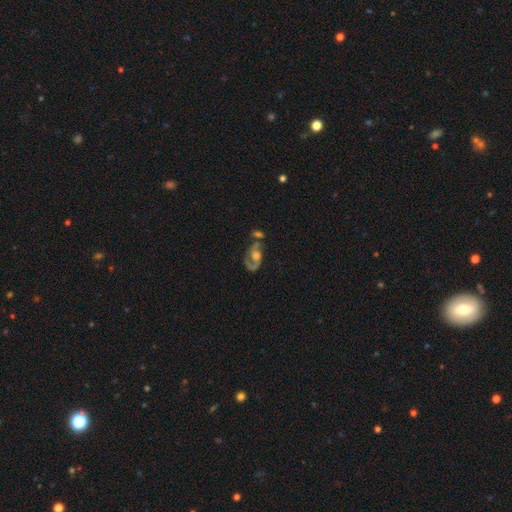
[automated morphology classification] Smooth or featured? Predicted: featured or disk (p=0.80). Edge-on disk? Predicted: no (p=0.96). Bar? Predicted: no (p=0.67). Spiral arms? Predicted: yes (p=0.90). Spiral winding? Predicted: medium (p=0.51). Spiral arm count? Predicted: 2 (p=0.77). Bulge size? Predicted: moderate (p=0.53). Merging? Predicted: none (p=0.43).